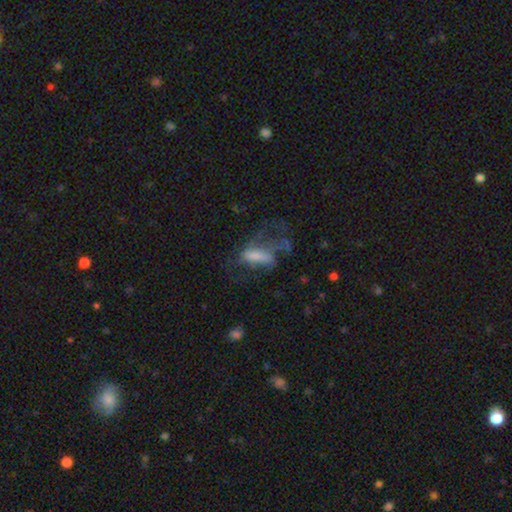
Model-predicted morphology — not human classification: Smooth or featured: featured or disk — 44% (smooth — 42%)
Merging: major disturbance — 52% (none — 27%)